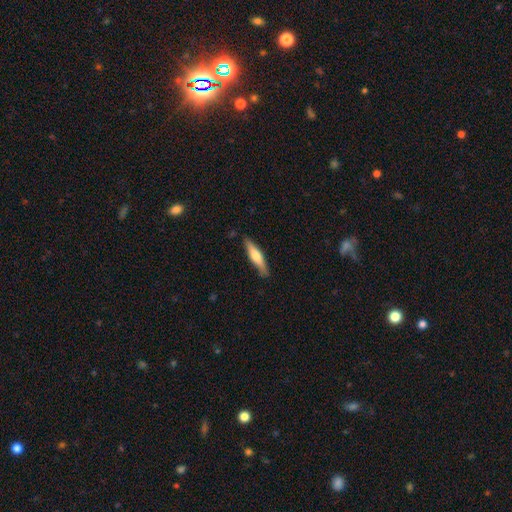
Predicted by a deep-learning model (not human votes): A smooth galaxy with no disk features (54%) that is cigar-shaped (81%). Merging: none (86%).